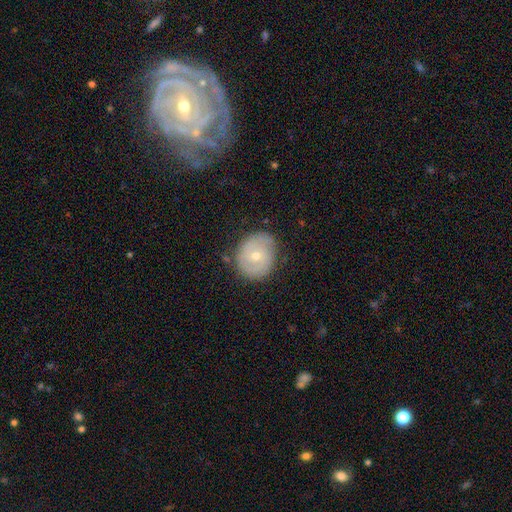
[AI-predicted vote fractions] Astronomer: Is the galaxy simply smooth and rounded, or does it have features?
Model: featured or disk — 56% (runner-up: smooth, 37%).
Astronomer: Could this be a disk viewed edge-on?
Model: no — 97%.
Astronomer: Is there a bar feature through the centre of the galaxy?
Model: no — 74%.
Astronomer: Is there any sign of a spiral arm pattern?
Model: yes — 72%.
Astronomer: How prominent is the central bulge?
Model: small — 55% (runner-up: moderate, 43%).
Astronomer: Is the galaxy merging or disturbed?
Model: none — 77%.